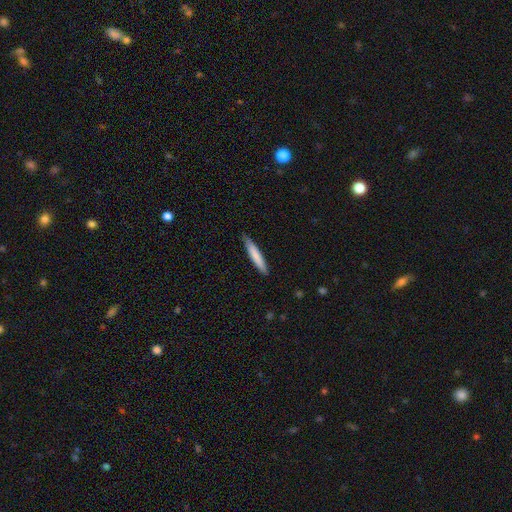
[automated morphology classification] smooth_or_featured: smooth (p=0.79) [alt: featured or disk p=0.16]
how_rounded: cigar-shaped (p=0.91) [alt: in between p=0.08]
merging: none (p=0.85) [alt: minor disturbance p=0.12]